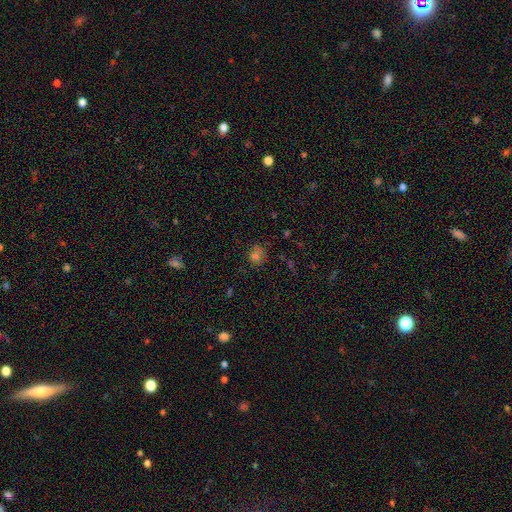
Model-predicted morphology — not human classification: smooth 71%, star or artifact 20%, featured or disk 9%. Down the decision tree: how rounded — round (79%); merging — none (71%).